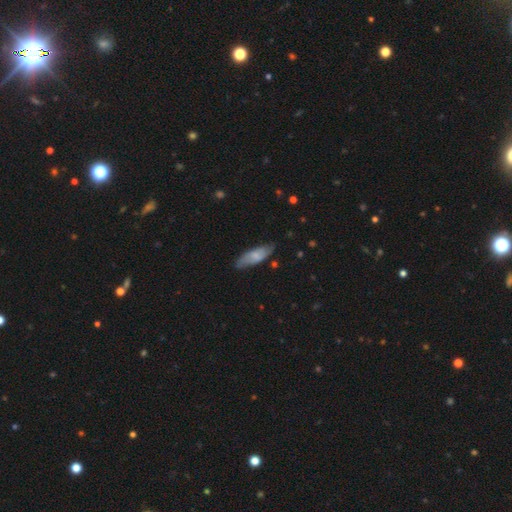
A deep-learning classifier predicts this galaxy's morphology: This is likely a smooth galaxy (64%). How rounded: likely in between (66%). Merging: likely none (70%).